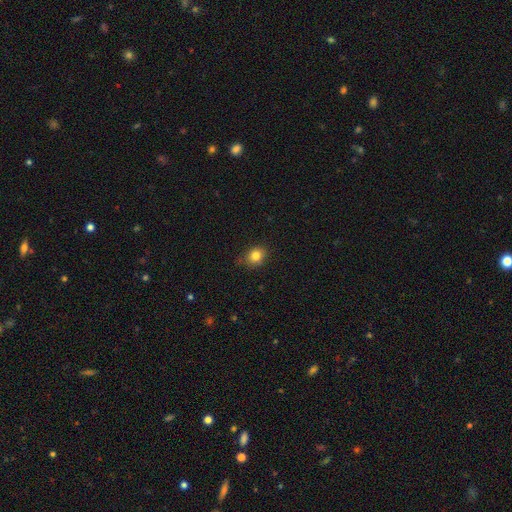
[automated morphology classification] smooth-or-featured: smooth: 82% | star or artifact: 11% | featured or disk: 7%
  how-rounded: round: 64% | in between: 35% | cigar-shaped: 1%
  merging: none: 83% | minor disturbance: 14% | major disturbance: 3% | merger: 1%